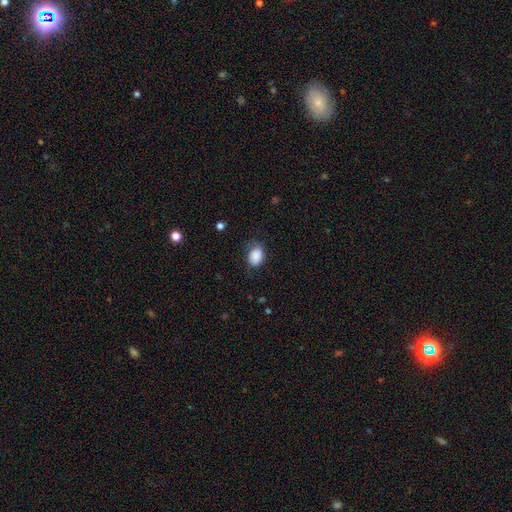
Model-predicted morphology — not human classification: The model was most divided on "merging": none: 61%, minor disturbance: 27%, major disturbance: 10%, merger: 2%. More confident: smooth or featured — smooth (86%); how rounded — in between (68%).